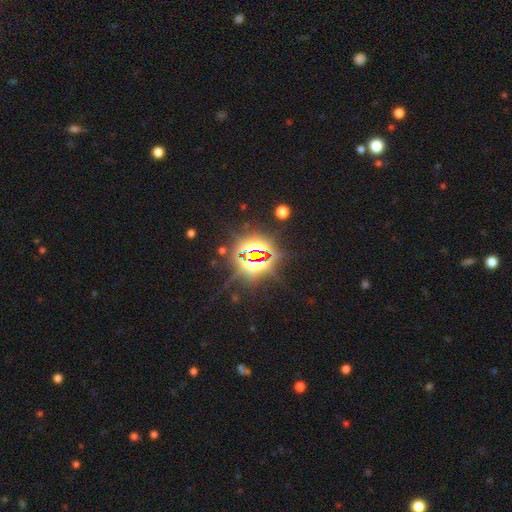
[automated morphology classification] Smooth or featured? star or artifact (83%)